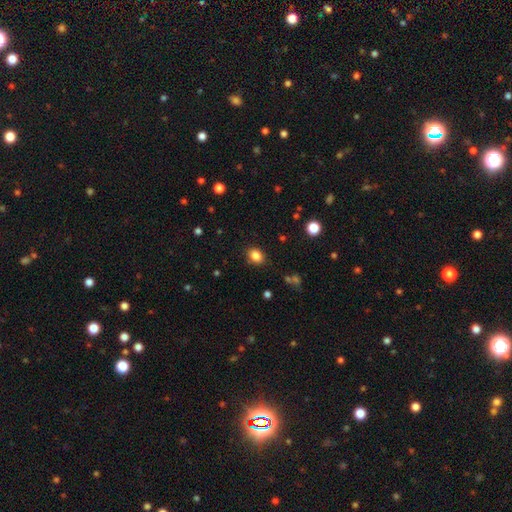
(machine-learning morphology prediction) Q: Smooth or featured?
A: smooth (85%); runner-up: star or artifact (10%)
Q: How rounded?
A: in between (60%); runner-up: round (39%)
Q: Merging?
A: none (86%); runner-up: minor disturbance (9%)